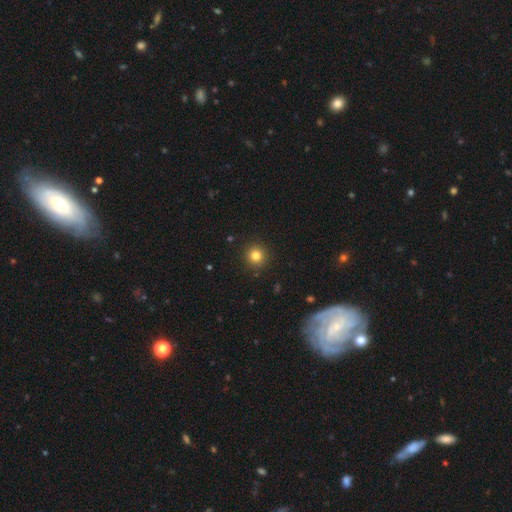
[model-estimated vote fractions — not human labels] The model was most divided on "smooth or featured": smooth: 81%, star or artifact: 13%, featured or disk: 6%. More confident: how rounded — round (95%); merging — none (91%).